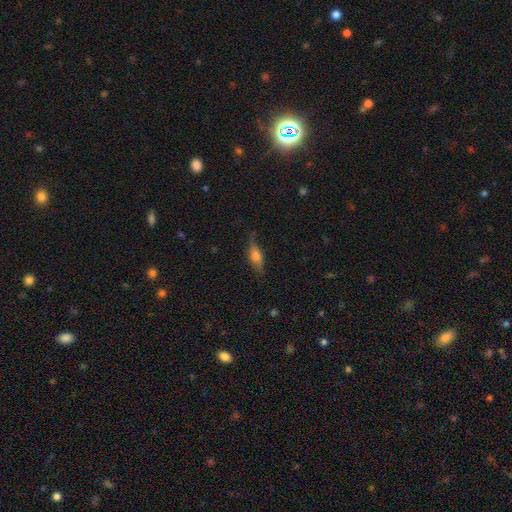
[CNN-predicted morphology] smooth 53%, featured or disk 39%, star or artifact 8%. Down the decision tree: how rounded — in between (56%); merging — none (69%).